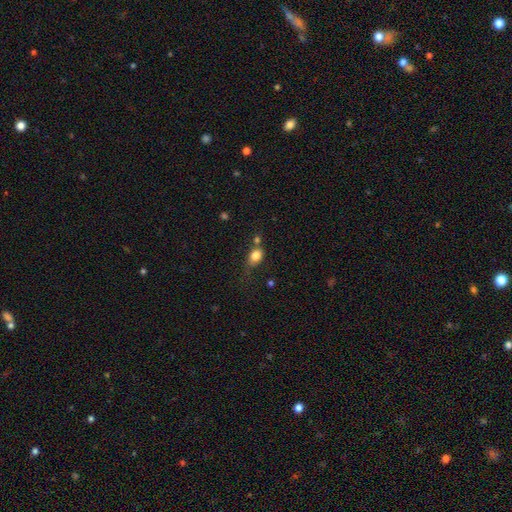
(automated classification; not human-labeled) A smooth galaxy with no disk features (82%) that is in between round and cigar-shaped (58%). Merging: none (46%).